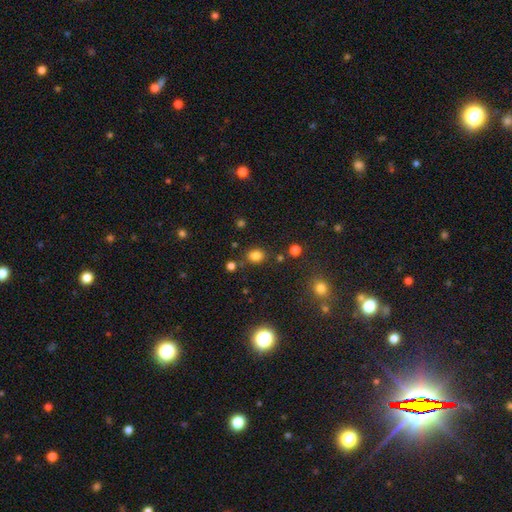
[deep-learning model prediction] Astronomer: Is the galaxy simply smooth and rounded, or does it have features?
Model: smooth — 80%.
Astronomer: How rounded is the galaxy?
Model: round — 53% (runner-up: in between, 46%).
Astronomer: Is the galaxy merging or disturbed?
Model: none — 79%.